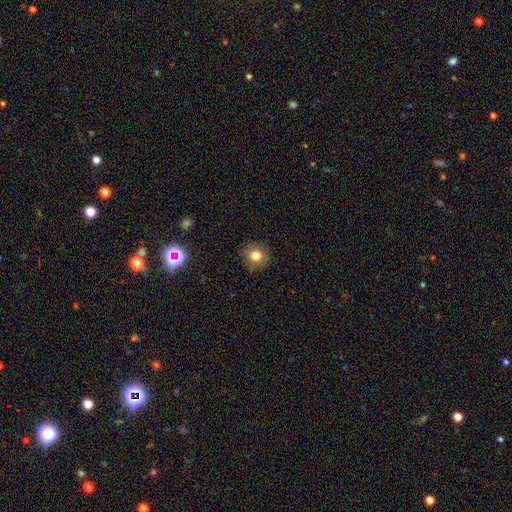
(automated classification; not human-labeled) smooth_or_featured: smooth (p=0.79) [alt: star or artifact p=0.12]
how_rounded: round (p=0.90) [alt: in between p=0.09]
merging: none (p=0.86) [alt: minor disturbance p=0.11]